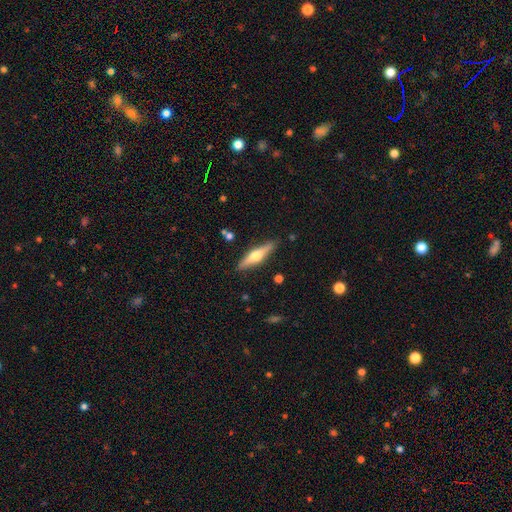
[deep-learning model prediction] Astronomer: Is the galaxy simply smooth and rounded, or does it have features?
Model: featured or disk — 62%.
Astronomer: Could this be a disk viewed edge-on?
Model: yes — 96%.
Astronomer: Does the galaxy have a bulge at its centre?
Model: rounded — 94%.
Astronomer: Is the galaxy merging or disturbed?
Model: none — 88%.